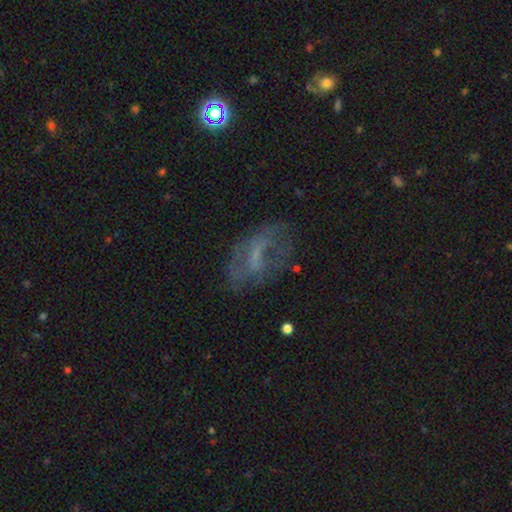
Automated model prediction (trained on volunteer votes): Overall: featured or disk (57%; smooth 27%). Edge-on disk: no (94%). Bar: no (43%; weak 41%). Spiral arms: no (51%; yes 49%). Bulge size: small (43%; none 36%). Merging: none (55%; major disturbance 21%).